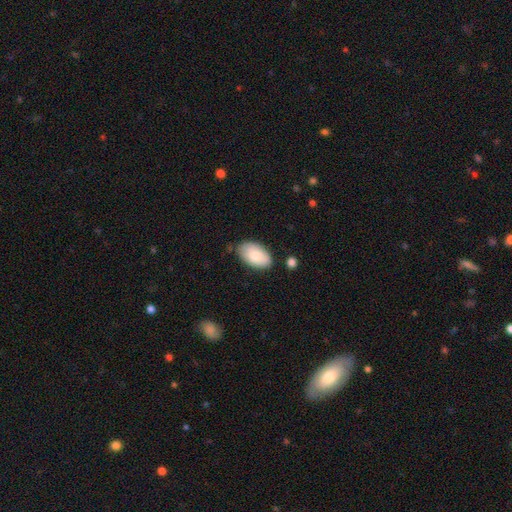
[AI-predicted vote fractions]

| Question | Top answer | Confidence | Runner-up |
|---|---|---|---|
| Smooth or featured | smooth | 81% | featured or disk (14%) |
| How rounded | in between | 95% | round (4%) |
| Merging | none | 76% | minor disturbance (18%) |